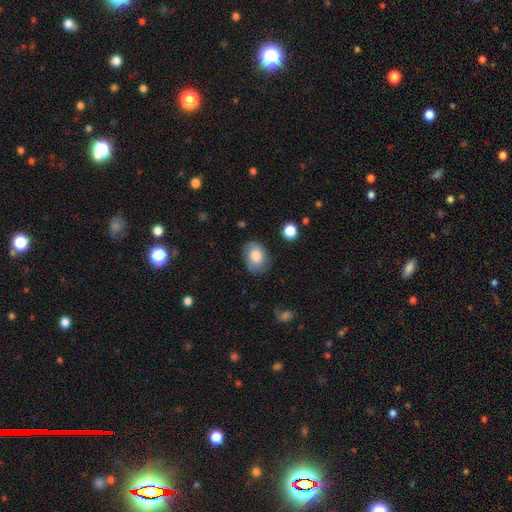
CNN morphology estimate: A smooth galaxy with no disk features (72%) that is in between round and cigar-shaped (69%). Merging: none (73%).